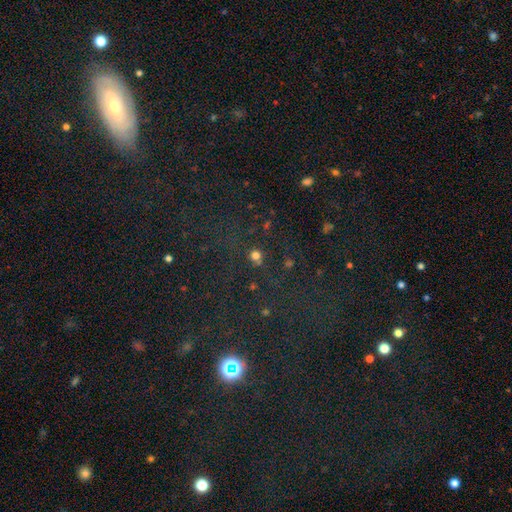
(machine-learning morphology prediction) smooth_or_featured: smooth (p=0.65) [alt: star or artifact p=0.28]
how_rounded: round (p=0.89) [alt: in between p=0.10]
merging: none (p=0.75) [alt: minor disturbance p=0.10]